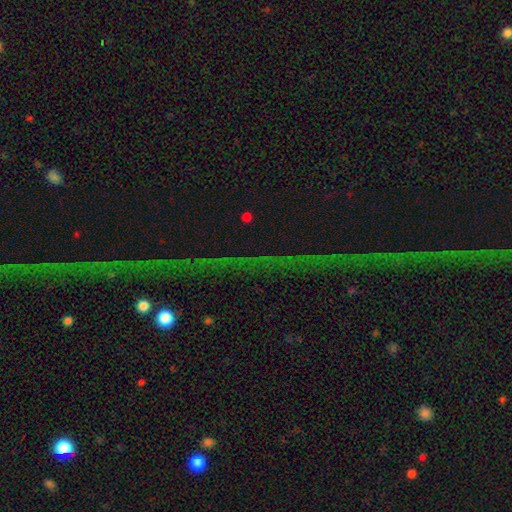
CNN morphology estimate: Smooth or featured? Predicted: star or artifact (p=0.72).